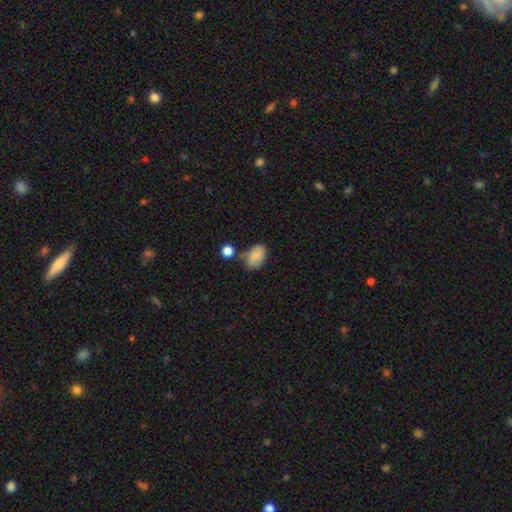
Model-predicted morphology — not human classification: Overall: smooth (84%). How rounded: in between (86%). Merging: none (56%; minor disturbance 24%).